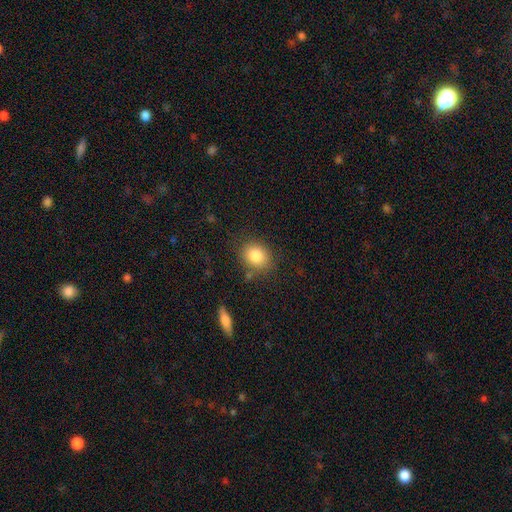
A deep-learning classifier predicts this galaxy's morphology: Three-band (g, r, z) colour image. It shows a smooth galaxy with no disk features (85%) that is round (54%). Merging: none (79%).